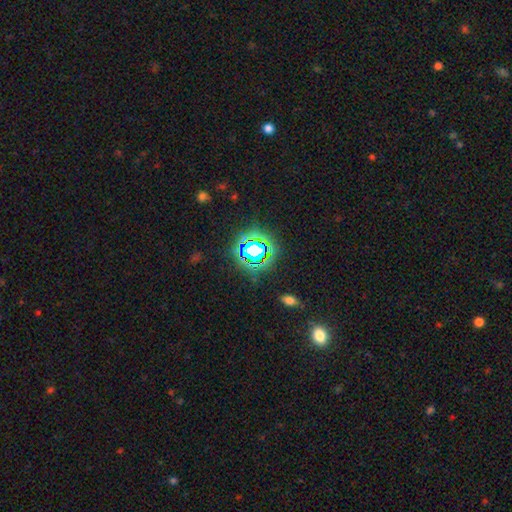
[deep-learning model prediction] Smooth or featured? star or artifact (79%)